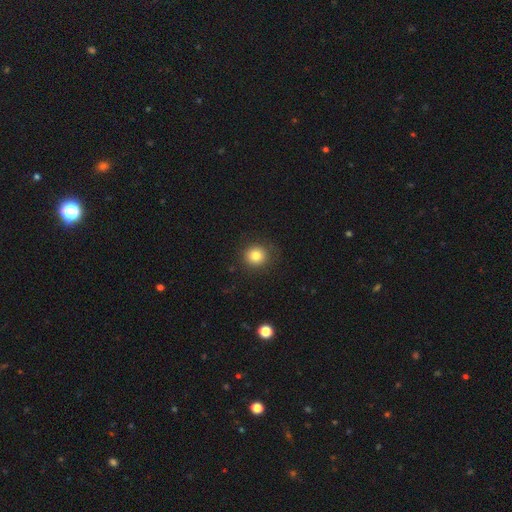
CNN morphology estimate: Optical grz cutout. It shows a smooth galaxy with no disk features (82%) that is round (89%). Merging: none (88%).